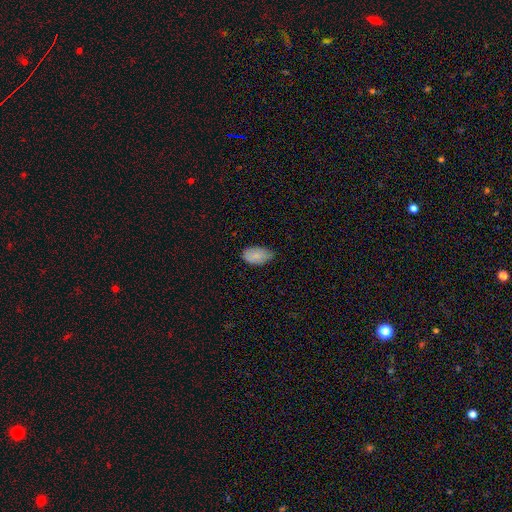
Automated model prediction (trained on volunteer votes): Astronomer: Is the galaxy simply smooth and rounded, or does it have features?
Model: smooth — 84%.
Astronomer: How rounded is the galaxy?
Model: in between — 94%.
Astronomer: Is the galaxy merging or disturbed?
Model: none — 61%.